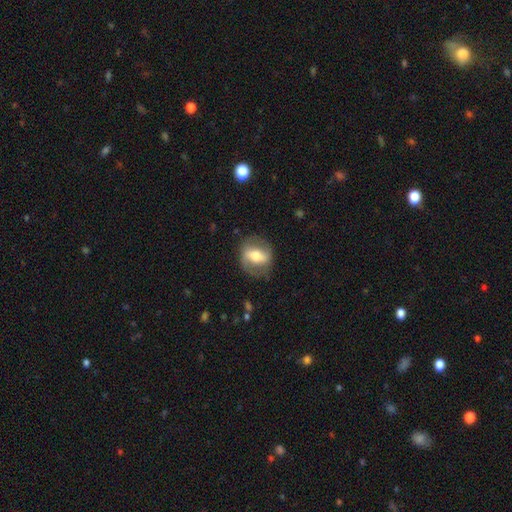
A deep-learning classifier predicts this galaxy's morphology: Smooth or featured?
  - featured or disk: 63% *
  - smooth: 30%
  - star or artifact: 7%
Edge-on disk?
  - no: 93% *
  - yes: 7%
Bar?
  - strong: 46% *
  - weak: 34%
  - no: 19%
Spiral arms?
  - yes: 72% *
  - no: 28%
Bulge size?
  - moderate: 63% *
  - small: 19%
  - large: 14%
  - dominant: 2%
  - none: 2%
Merging?
  - none: 74% *
  - minor disturbance: 16%
  - major disturbance: 8%
  - merger: 1%